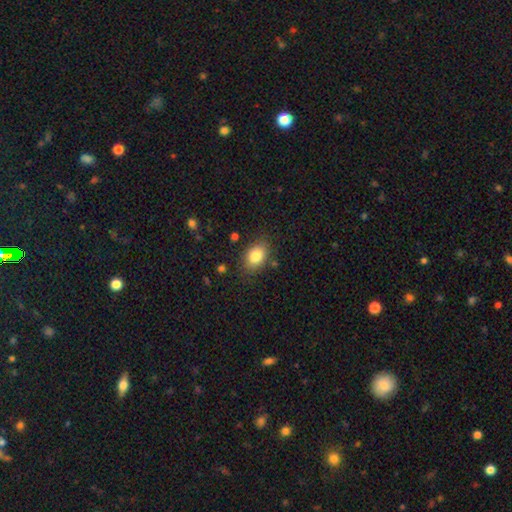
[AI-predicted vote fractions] This is clearly a smooth galaxy (81%). How rounded: clearly in between (80%). Merging: clearly none (81%).